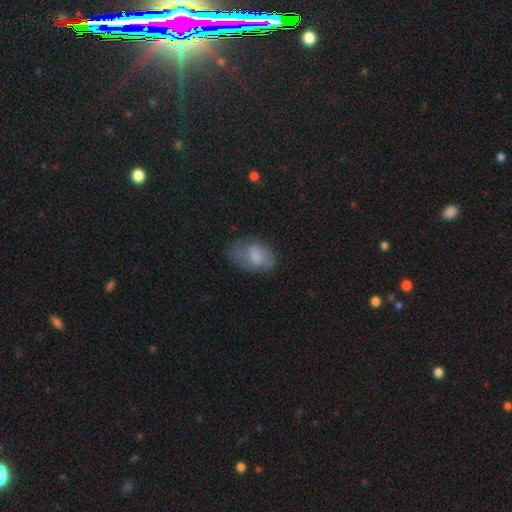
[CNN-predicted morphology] A smooth galaxy with no disk features (61%) that is in between round and cigar-shaped (87%). Merging: none (51%).